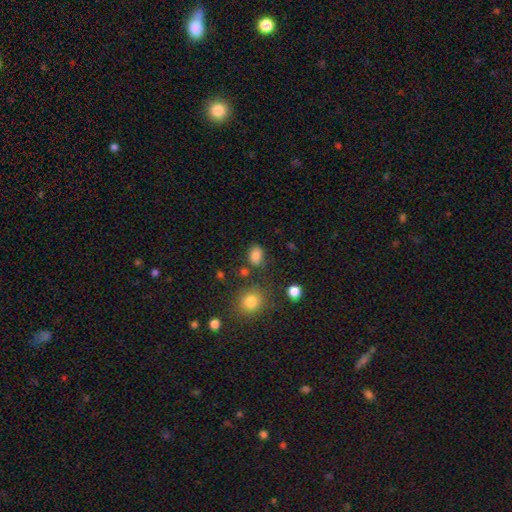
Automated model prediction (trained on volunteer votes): smooth 82%, star or artifact 13%, featured or disk 5%. Down the decision tree: how rounded — in between (73%); merging — none (73%).